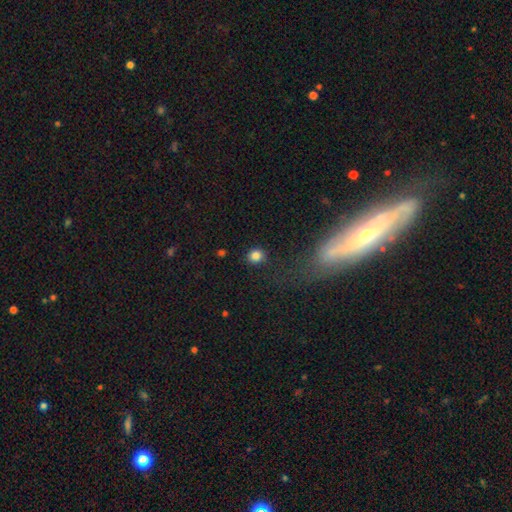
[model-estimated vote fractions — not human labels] Morphology: type=smooth (85%); roundness=round (82%); merging=none (87%).